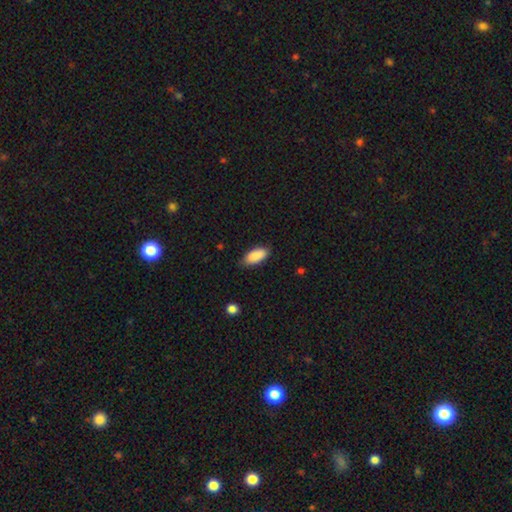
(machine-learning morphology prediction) Smooth or featured? smooth (90%)
How rounded? in between (89%)
Merging? none (83%)